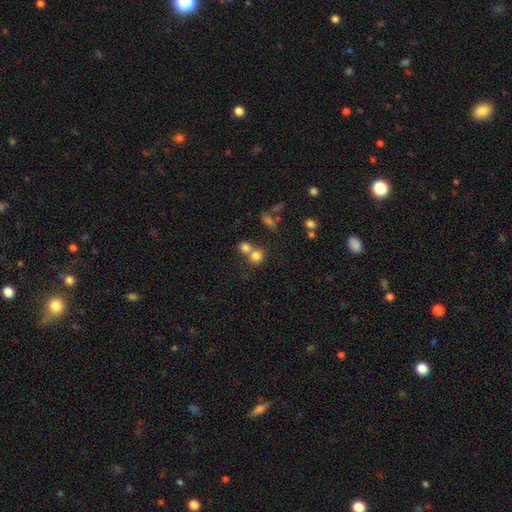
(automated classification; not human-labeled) The model was most divided on "merging": merger: 46%, none: 44%, minor disturbance: 7%, major disturbance: 4%. More confident: how rounded — round (83%); smooth or featured — smooth (77%).